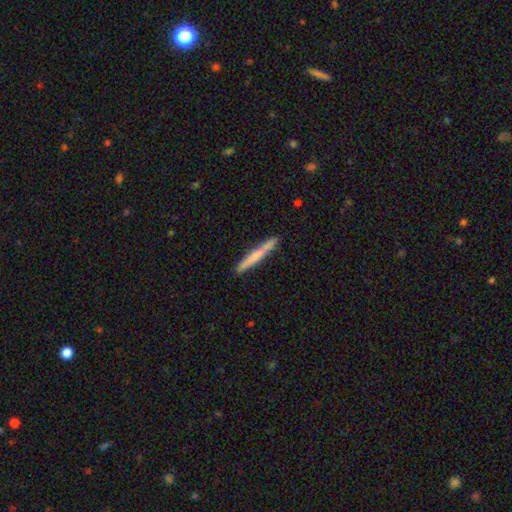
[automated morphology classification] type=smooth (59%); roundness=cigar-shaped (96%); merging=none (91%).